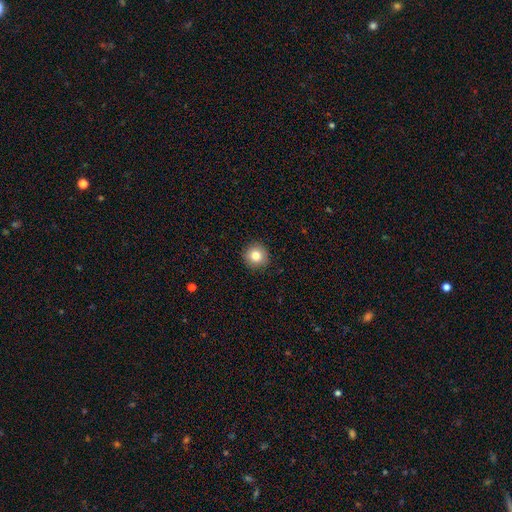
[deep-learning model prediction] This is clearly a smooth galaxy (82%). How rounded: clearly round (95%). Merging: clearly none (92%).